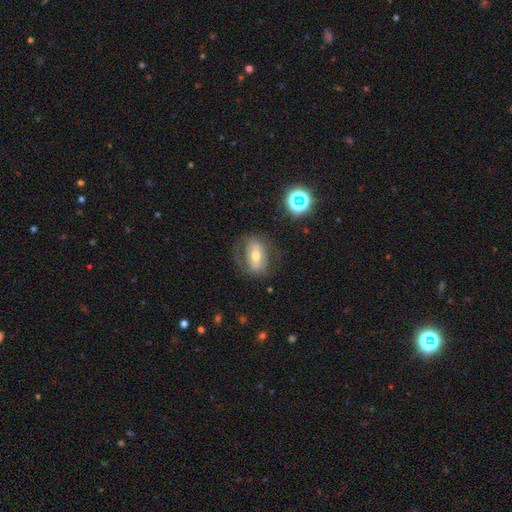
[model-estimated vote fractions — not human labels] smooth_or_featured: featured or disk (p=0.52) [alt: smooth p=0.37]
disk_edge_on: no (p=0.91) [alt: yes p=0.09]
merging: none (p=0.67) [alt: minor disturbance p=0.18]